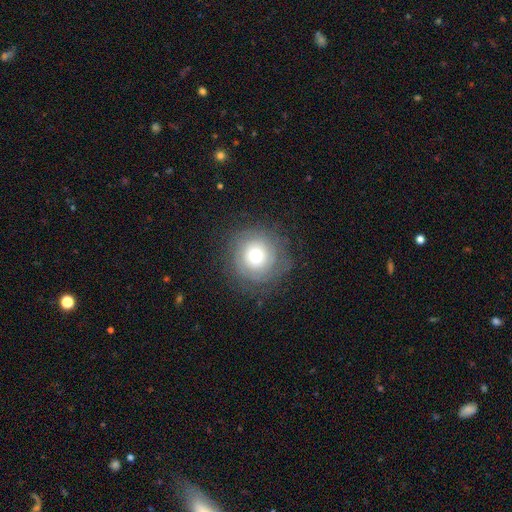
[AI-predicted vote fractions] Smooth or featured?
  - smooth: 50% *
  - featured or disk: 38%
  - star or artifact: 11%
How rounded?
  - round: 94% *
  - in between: 5%
  - cigar-shaped: 1%
Merging?
  - none: 79% *
  - minor disturbance: 13%
  - major disturbance: 7%
  - merger: 1%